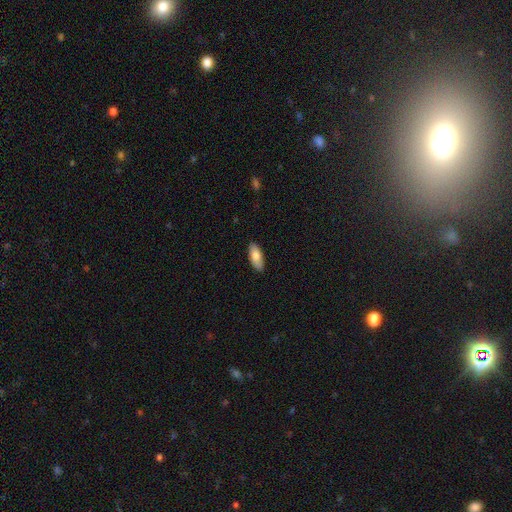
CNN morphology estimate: smooth_or_featured: smooth (p=0.79) [alt: featured or disk p=0.15]
how_rounded: in between (p=0.83) [alt: cigar-shaped p=0.15]
merging: none (p=0.88) [alt: minor disturbance p=0.10]